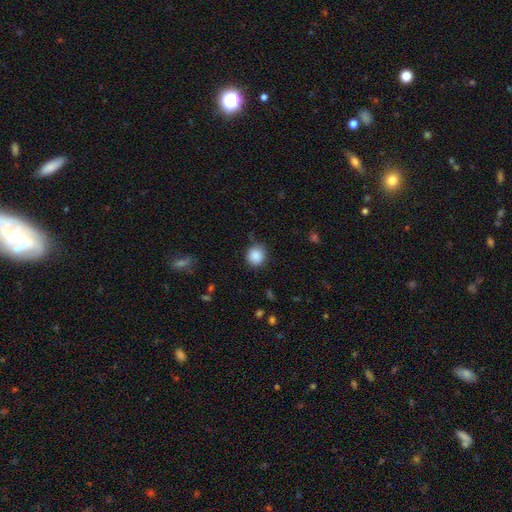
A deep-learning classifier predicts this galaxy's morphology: This appears to be a smooth galaxy with no disk features (88%) that is round (85%). Merging: none (81%).